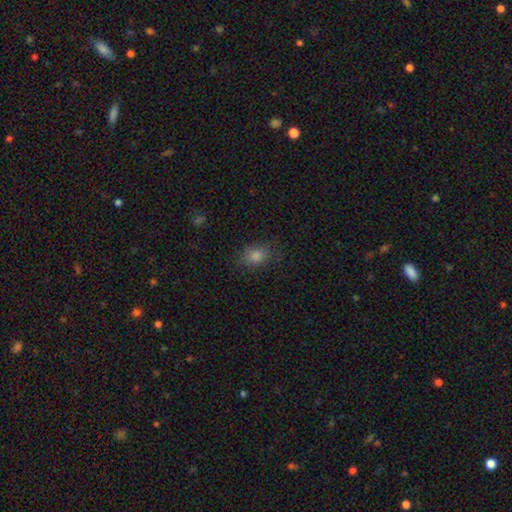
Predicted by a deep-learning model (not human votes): Overall: smooth (79%). How rounded: in between (64%; round 34%). Merging: none (80%).